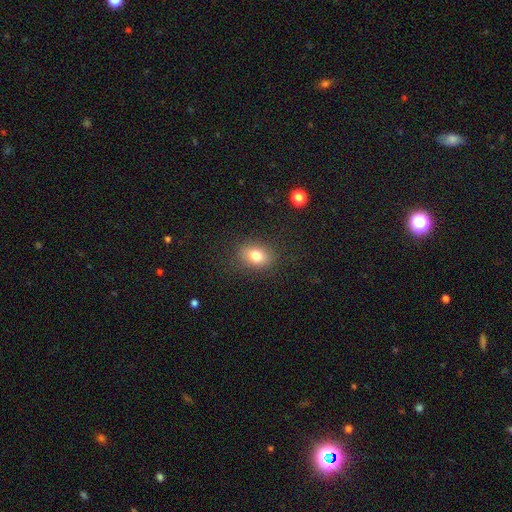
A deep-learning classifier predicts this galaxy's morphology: smooth 79%, featured or disk 11%, star or artifact 11%. Down the decision tree: how rounded — in between (67%); merging — none (85%).